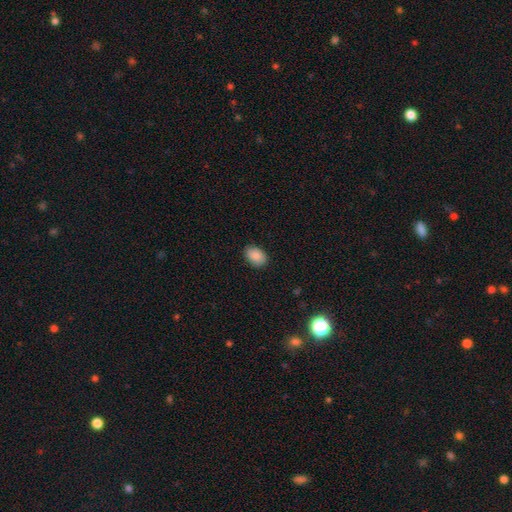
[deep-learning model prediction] A smooth galaxy with no disk features (88%) that is in between round and cigar-shaped (83%). Merging: none (87%).